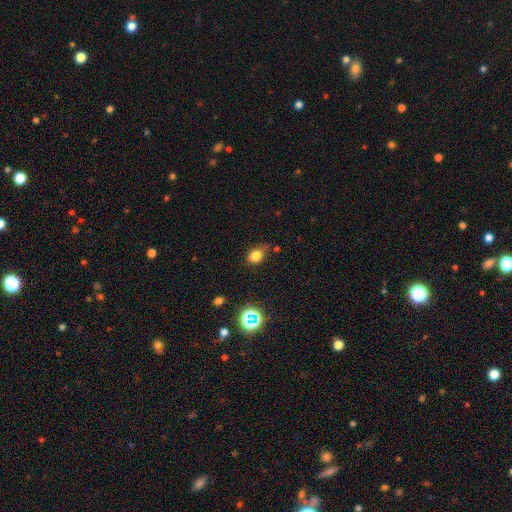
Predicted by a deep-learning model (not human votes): smooth 77%, star or artifact 15%, featured or disk 8%. Down the decision tree: how rounded — in between (57%); merging — none (63%).